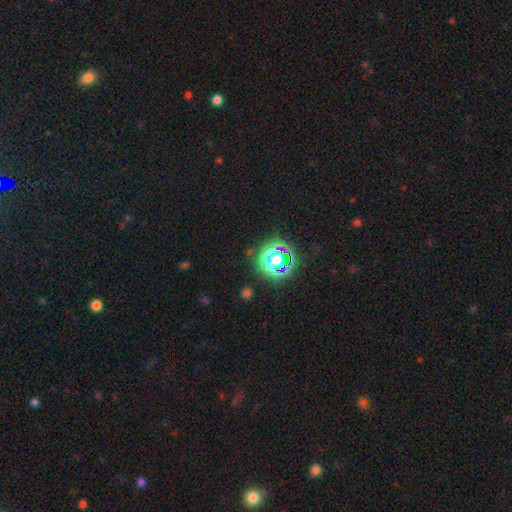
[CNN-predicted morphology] Smooth or featured? Predicted: star or artifact (p=0.79).